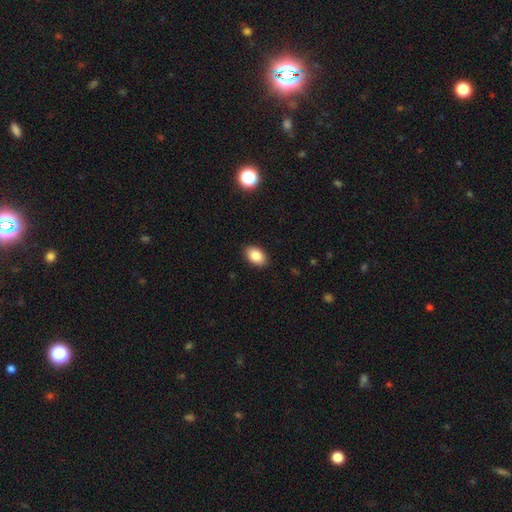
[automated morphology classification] Q: Smooth or featured?
A: smooth (86%); runner-up: star or artifact (8%)
Q: How rounded?
A: in between (89%); runner-up: round (10%)
Q: Merging?
A: none (89%); runner-up: minor disturbance (8%)